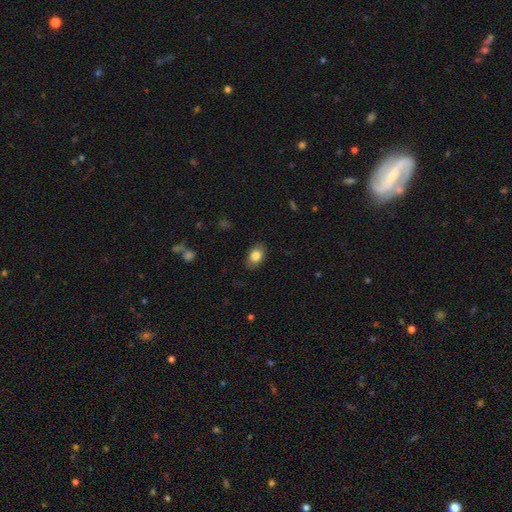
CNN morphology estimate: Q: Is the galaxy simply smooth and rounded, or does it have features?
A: smooth — 81%.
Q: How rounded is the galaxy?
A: in between — 85%.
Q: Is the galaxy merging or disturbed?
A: none — 85%.